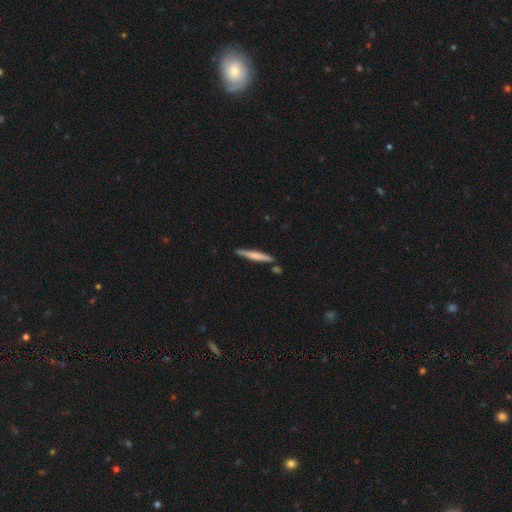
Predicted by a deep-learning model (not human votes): The model was most divided on "smooth or featured": smooth: 58%, featured or disk: 37%, star or artifact: 5%. More confident: how rounded — cigar-shaped (95%); merging — none (83%).